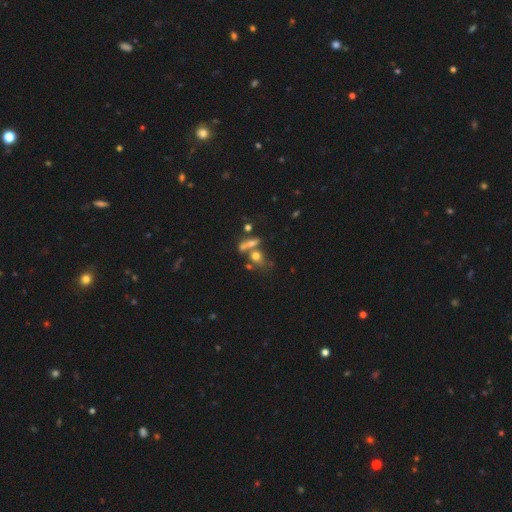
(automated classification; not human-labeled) This is possibly a smooth galaxy (60%). How rounded: marginally in between (45%). Merging: marginally merger (41%).